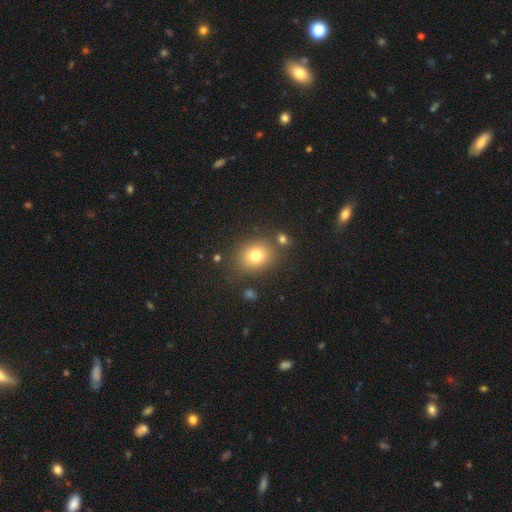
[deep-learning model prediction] Smooth or featured? Predicted: smooth (p=0.77). How rounded? Predicted: round (p=0.59). Merging? Predicted: none (p=0.79).